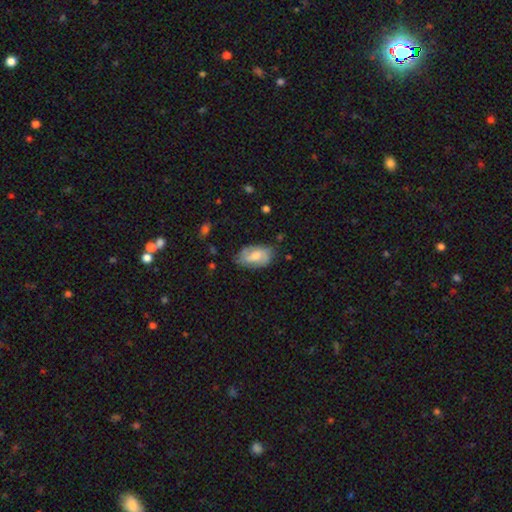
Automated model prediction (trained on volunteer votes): Morphology: type=featured or disk (50%); merging=none (70%).